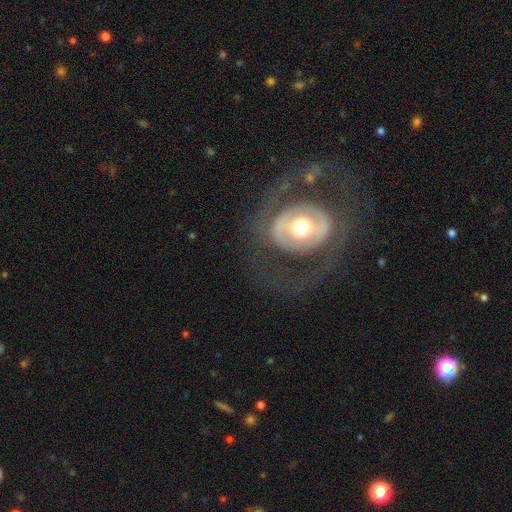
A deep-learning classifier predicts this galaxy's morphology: smooth-or-featured: featured or disk: 73% | smooth: 19% | star or artifact: 8%
  disk-edge-on: no: 95% | yes: 5%
    bar: no: 57% | weak: 24% | strong: 18%
    has-spiral-arms: no: 56% | yes: 44%
    bulge-size: moderate: 63% | large: 17% | small: 16% | dominant: 3% | none: 1%
  merging: none: 76% | major disturbance: 13% | minor disturbance: 10% | merger: 1%